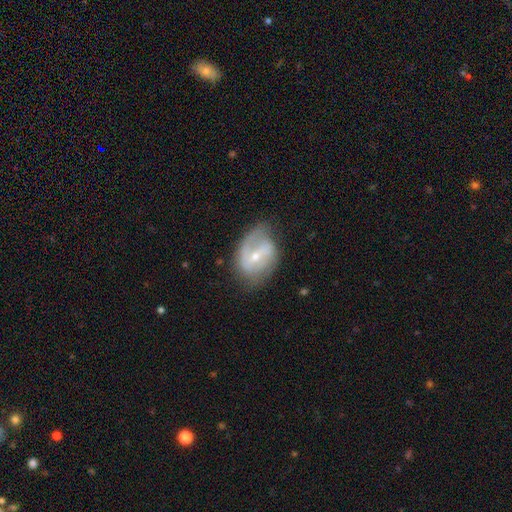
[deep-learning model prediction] The model was most divided on "bar": weak: 45%, strong: 33%, no: 22%. Remaining: edge-on disk — no (96%); spiral arms — yes (82%); smooth or featured — featured or disk (75%); spiral arm count — 2 (70%); merging — none (62%); bulge size — small (60%); spiral winding — medium (45%).